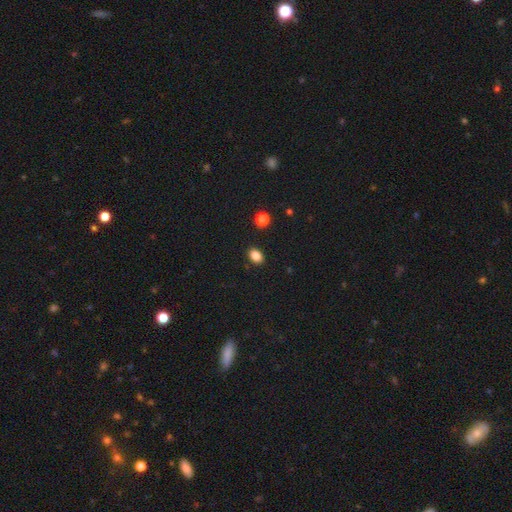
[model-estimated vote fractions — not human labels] A smooth galaxy with no disk features (85%) that is in between round and cigar-shaped (80%).

Vote fractions:
- Smooth or featured? smooth: 85% / star or artifact: 11% / featured or disk: 5%
- How rounded? in between: 80% / round: 19% / cigar-shaped: 1%
- Merging? none: 89% / minor disturbance: 8% / major disturbance: 2% / merger: 2%